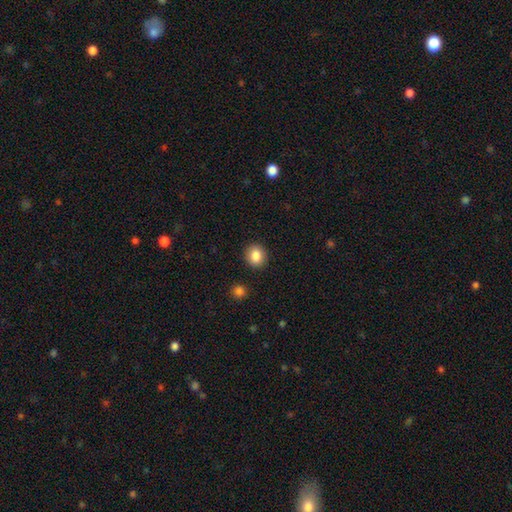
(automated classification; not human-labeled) Morphology: type=smooth (86%); roundness=round (77%); merging=none (90%).